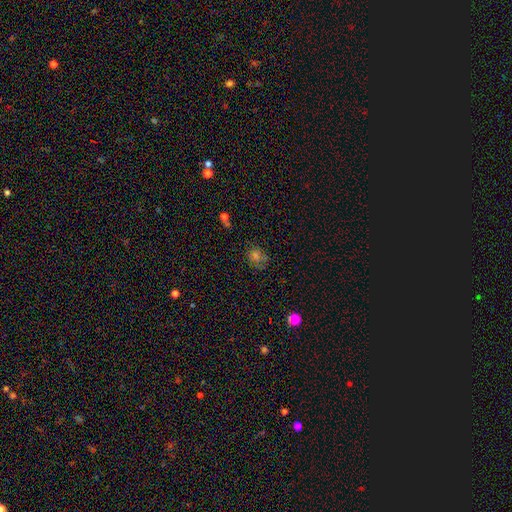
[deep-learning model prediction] A smooth galaxy with no disk features (47%).

Vote fractions:
- Smooth or featured? smooth: 47% / star or artifact: 29% / featured or disk: 23%
- Merging? none: 64% / minor disturbance: 20% / major disturbance: 11% / merger: 5%